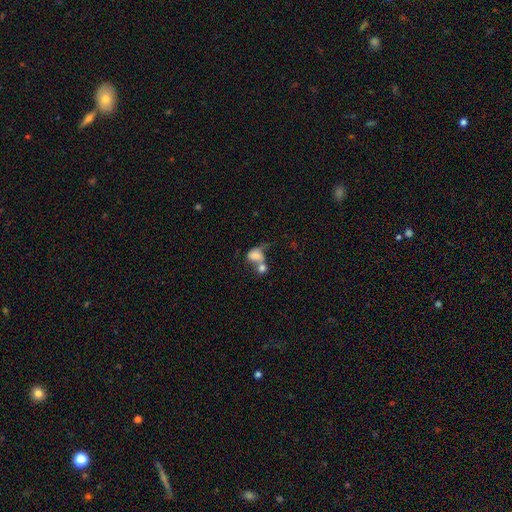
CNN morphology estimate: Smooth or featured? Predicted: smooth (p=0.68). How rounded? Predicted: in between (p=0.67). Merging? Predicted: merger (p=0.60).